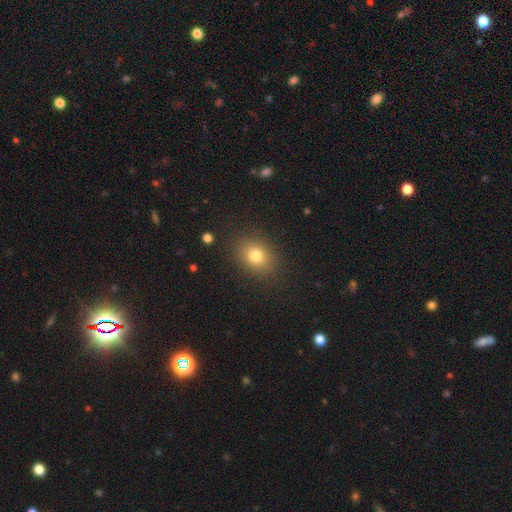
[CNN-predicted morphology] smooth-or-featured: smooth: 78% | star or artifact: 13% | featured or disk: 9%
  how-rounded: in between: 52% | round: 47% | cigar-shaped: 1%
  merging: none: 87% | minor disturbance: 8% | major disturbance: 3% | merger: 1%